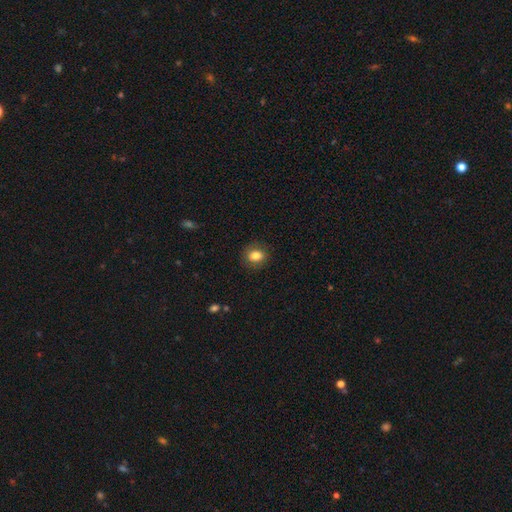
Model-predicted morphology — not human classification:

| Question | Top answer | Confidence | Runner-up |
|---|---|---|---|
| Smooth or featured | smooth | 82% | star or artifact (10%) |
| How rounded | round | 61% | in between (38%) |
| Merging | none | 87% | minor disturbance (9%) |